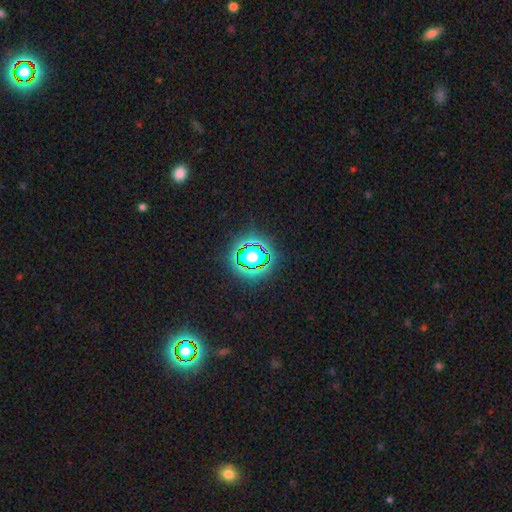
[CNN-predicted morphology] A star or artifact, not a galaxy (79%).